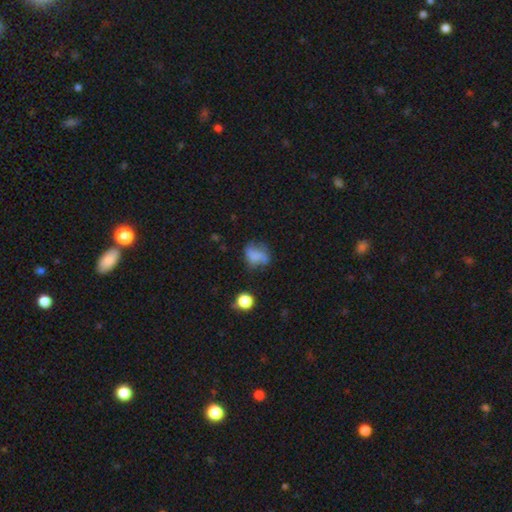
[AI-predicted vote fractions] A smooth galaxy with no disk features (55%) that is in between round and cigar-shaped (68%). Merging: none (43%).